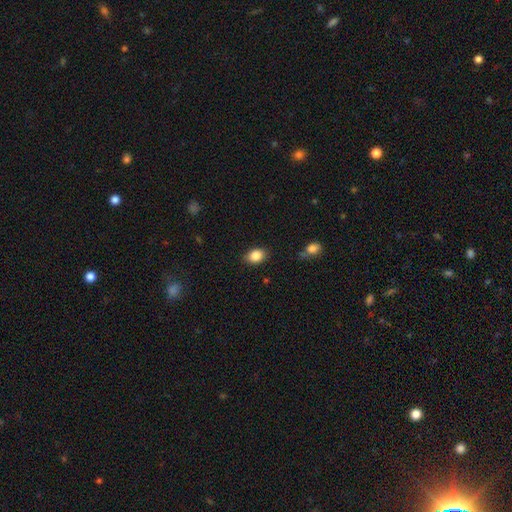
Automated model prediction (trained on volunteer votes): Smooth or featured? smooth (86%)
How rounded? in between (77%)
Merging? none (85%)